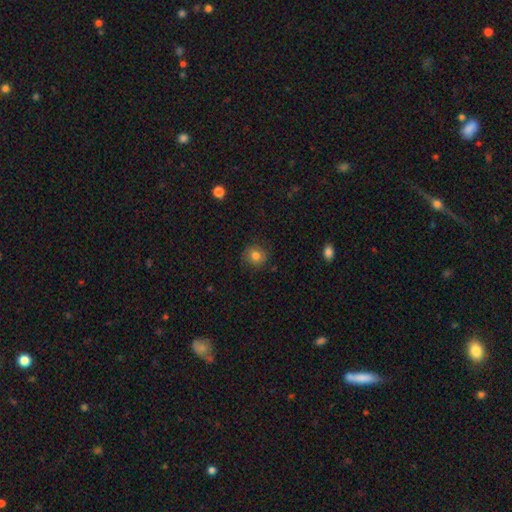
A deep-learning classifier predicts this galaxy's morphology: Smooth or featured? Predicted: smooth (p=0.80). How rounded? Predicted: round (p=0.86). Merging? Predicted: none (p=0.83).